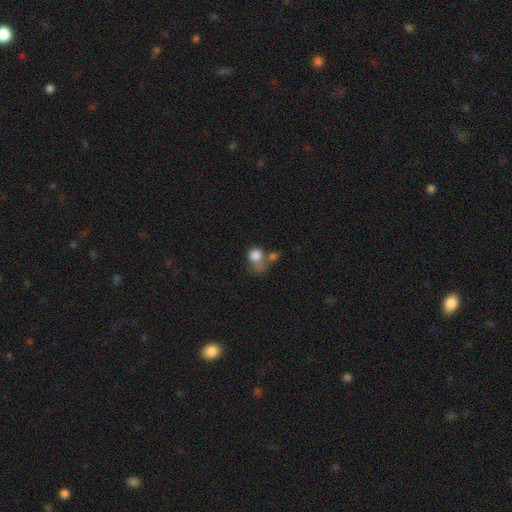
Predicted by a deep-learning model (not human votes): smooth 79%, featured or disk 11%, star or artifact 10%. Down the decision tree: how rounded — round (74%); merging — merger (37%).